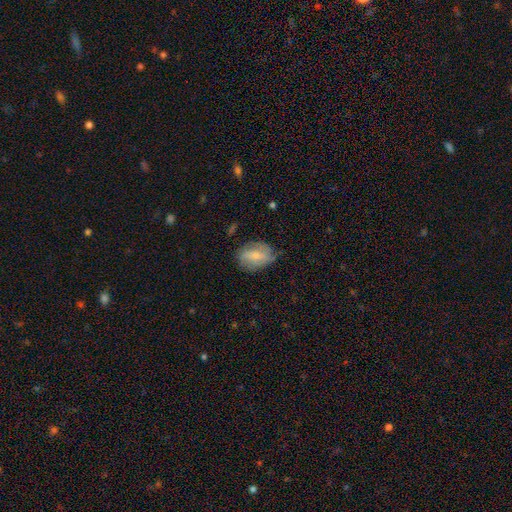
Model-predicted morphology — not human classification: This appears to be a smooth galaxy with no disk features (52%) that is in between round and cigar-shaped (73%). Merging: none (64%).